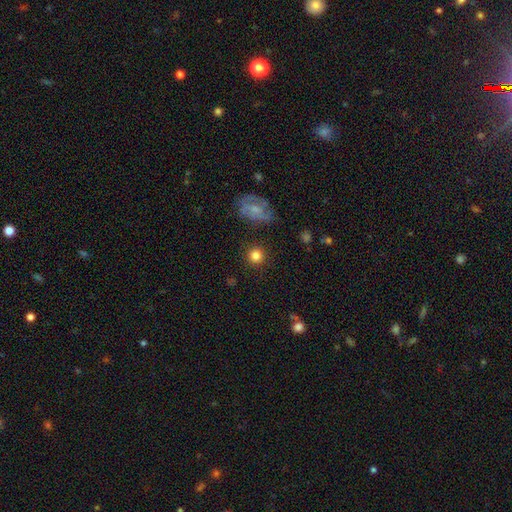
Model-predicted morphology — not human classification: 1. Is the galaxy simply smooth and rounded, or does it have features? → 81% smooth, 10% star or artifact, 9% featured or disk.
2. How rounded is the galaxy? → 93% round, 6% in between, 1% cigar-shaped.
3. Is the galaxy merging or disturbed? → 88% none, 7% minor disturbance, 3% major disturbance, 2% merger.